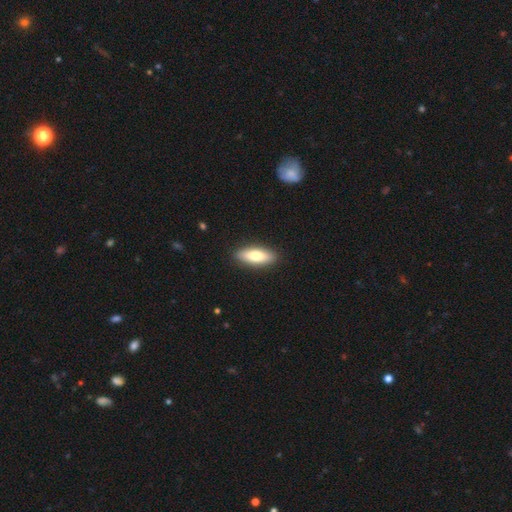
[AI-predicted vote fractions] smooth-or-featured: smooth: 73% | featured or disk: 21% | star or artifact: 6%
  how-rounded: in between: 63% | cigar-shaped: 35% | round: 2%
  merging: none: 90% | minor disturbance: 8% | major disturbance: 2% | merger: 1%